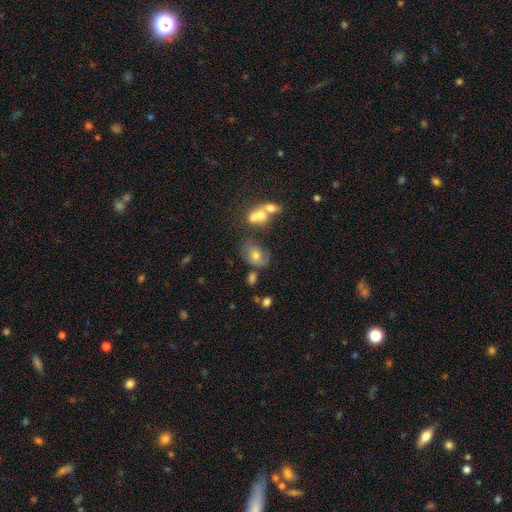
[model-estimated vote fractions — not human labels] smooth-or-featured: smooth: 64% | featured or disk: 25% | star or artifact: 11%
  how-rounded: in between: 77% | round: 22% | cigar-shaped: 2%
  merging: none: 43% | minor disturbance: 25% | merger: 17% | major disturbance: 14%